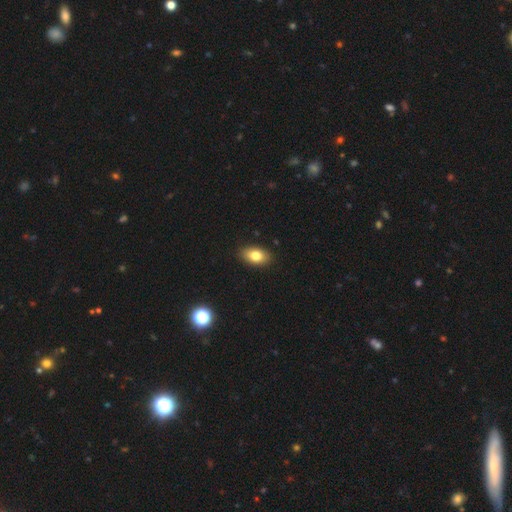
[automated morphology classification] A smooth galaxy with no disk features (81%) that is in between round and cigar-shaped (89%).

Vote fractions:
- Smooth or featured? smooth: 81% / featured or disk: 11% / star or artifact: 9%
- How rounded? in between: 89% / round: 9% / cigar-shaped: 2%
- Merging? none: 88% / minor disturbance: 9% / major disturbance: 2% / merger: 1%